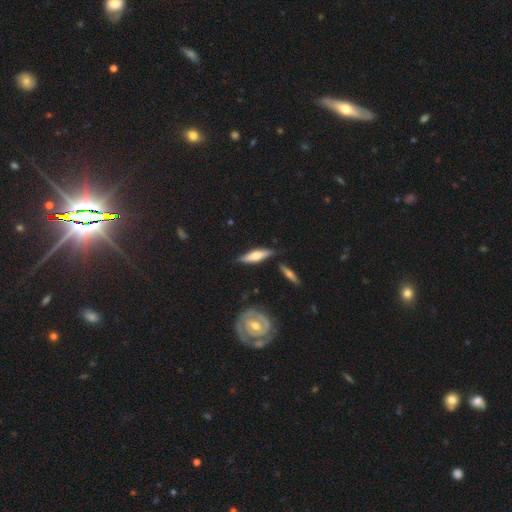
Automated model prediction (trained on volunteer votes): The model was most divided on "smooth or featured": featured or disk: 49%, smooth: 46%, star or artifact: 6%. More confident: merging — none (78%).